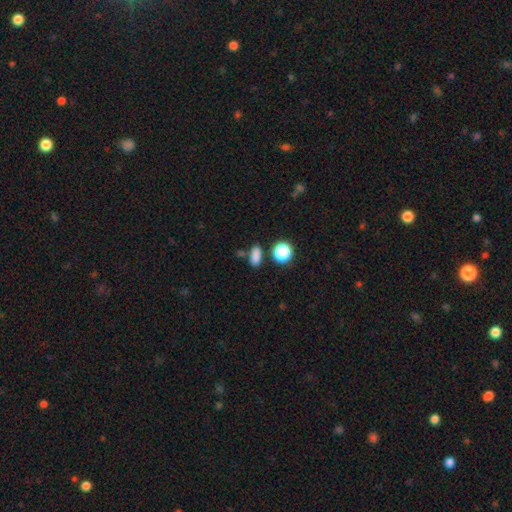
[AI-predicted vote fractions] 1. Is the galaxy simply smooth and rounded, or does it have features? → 81% smooth, 14% star or artifact, 5% featured or disk.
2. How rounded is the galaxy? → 73% in between, 18% round, 9% cigar-shaped.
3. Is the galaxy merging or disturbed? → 73% none, 12% minor disturbance, 11% merger, 4% major disturbance.